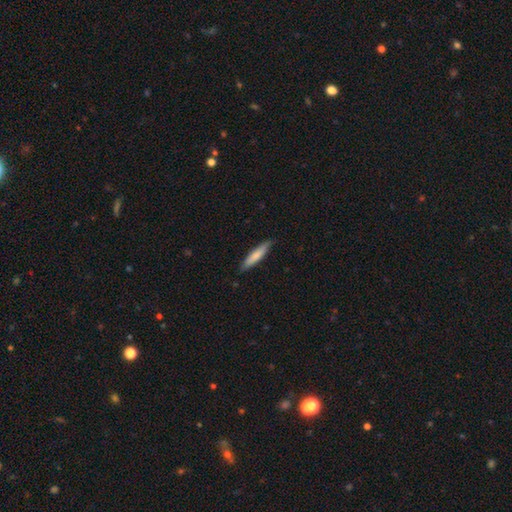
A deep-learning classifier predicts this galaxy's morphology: smooth 74%, featured or disk 21%, star or artifact 5%. Down the decision tree: how rounded — cigar-shaped (87%); merging — none (85%).